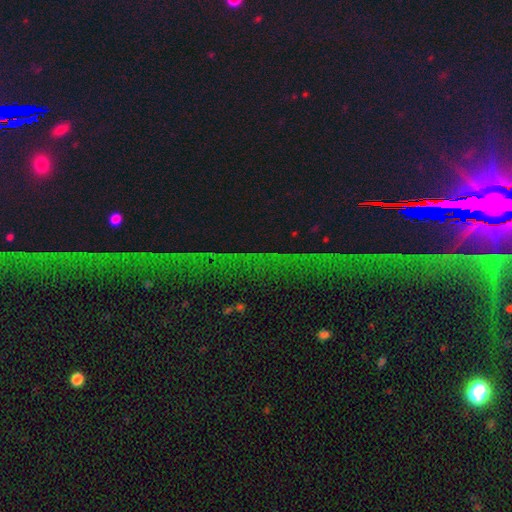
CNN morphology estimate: Q: Smooth or featured?
A: star or artifact (86%); runner-up: featured or disk (8%)